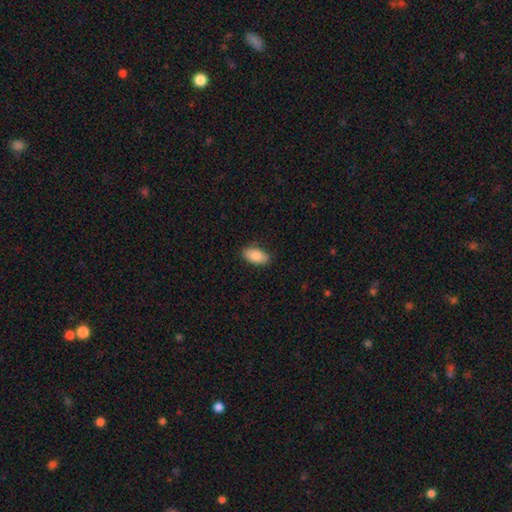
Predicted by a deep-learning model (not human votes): Q: Smooth or featured?
A: smooth (84%); runner-up: featured or disk (9%)
Q: How rounded?
A: in between (93%); runner-up: round (4%)
Q: Merging?
A: none (85%); runner-up: minor disturbance (12%)